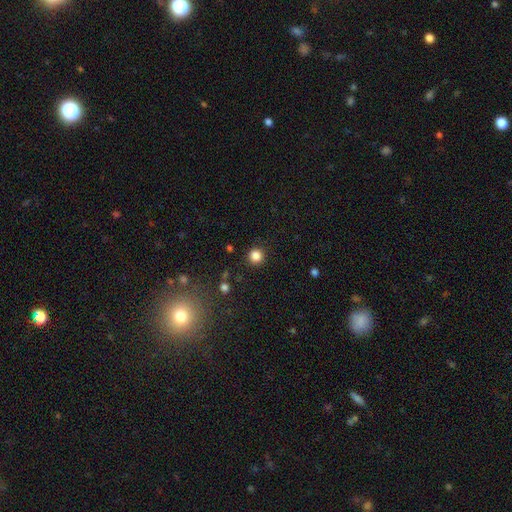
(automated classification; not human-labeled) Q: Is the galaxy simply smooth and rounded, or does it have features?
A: smooth — 84%.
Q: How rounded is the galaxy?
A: round — 94%.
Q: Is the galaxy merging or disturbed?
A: none — 91%.